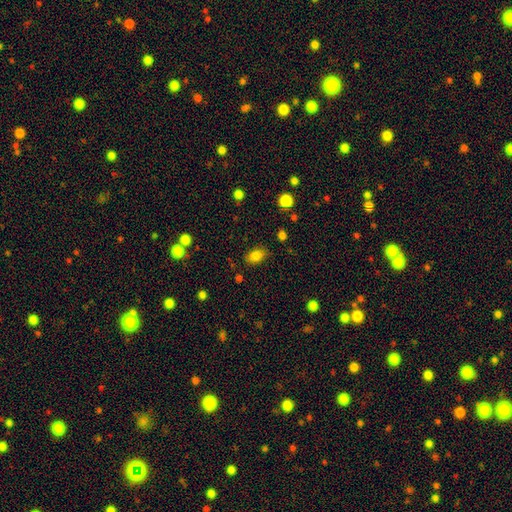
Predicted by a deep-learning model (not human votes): Morphology: type=smooth (83%); roundness=in between (81%); merging=none (82%).